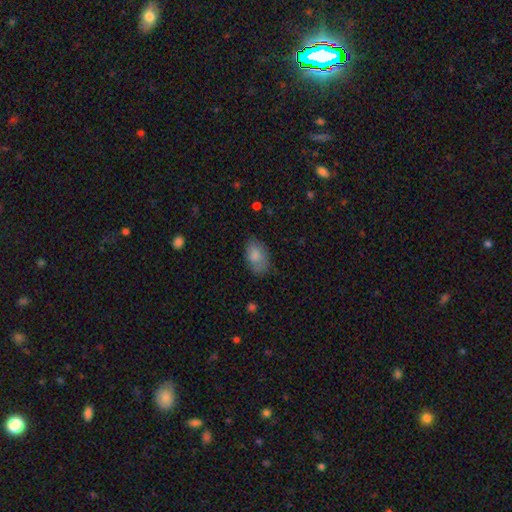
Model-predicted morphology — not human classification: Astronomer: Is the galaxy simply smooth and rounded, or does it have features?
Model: smooth — 82%.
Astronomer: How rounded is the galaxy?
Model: in between — 90%.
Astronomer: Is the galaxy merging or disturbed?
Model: none — 70%.